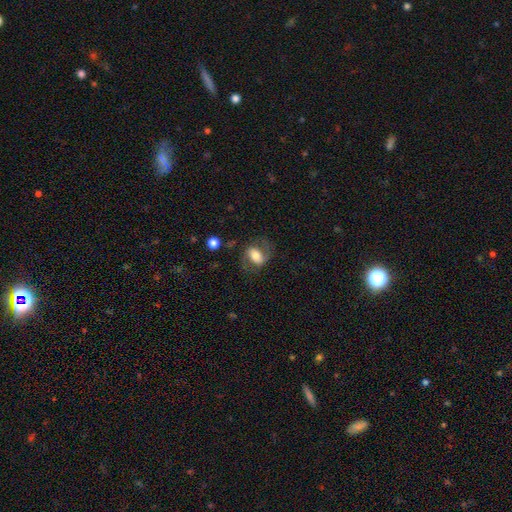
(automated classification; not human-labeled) smooth_or_featured: featured or disk (p=0.51) [alt: smooth p=0.41]
disk_edge_on: no (p=0.95) [alt: yes p=0.05]
merging: none (p=0.65) [alt: minor disturbance p=0.18]